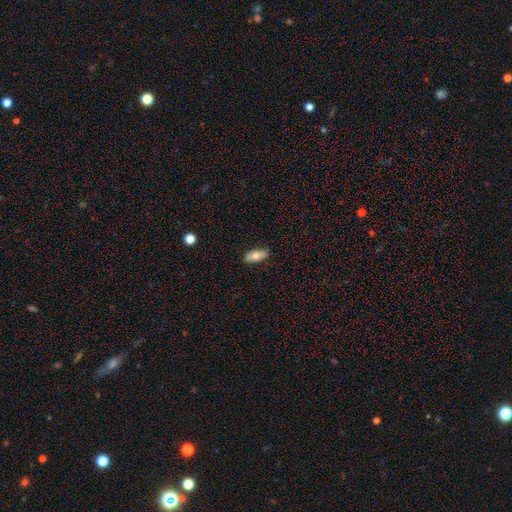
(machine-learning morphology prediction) smooth-or-featured: smooth: 75% | featured or disk: 19% | star or artifact: 6%
  how-rounded: in between: 80% | cigar-shaped: 17% | round: 3%
  merging: none: 86% | minor disturbance: 11% | major disturbance: 2% | merger: 1%